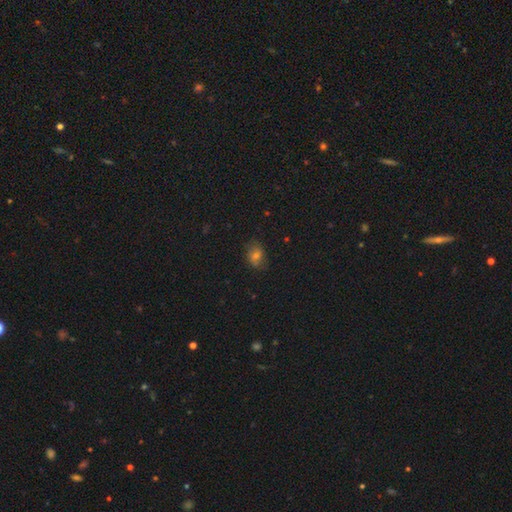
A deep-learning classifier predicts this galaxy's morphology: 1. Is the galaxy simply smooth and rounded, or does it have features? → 65% smooth, 21% star or artifact, 14% featured or disk.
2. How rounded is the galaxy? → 57% in between, 42% round, 1% cigar-shaped.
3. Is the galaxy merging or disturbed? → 75% none, 19% minor disturbance, 5% major disturbance, 2% merger.